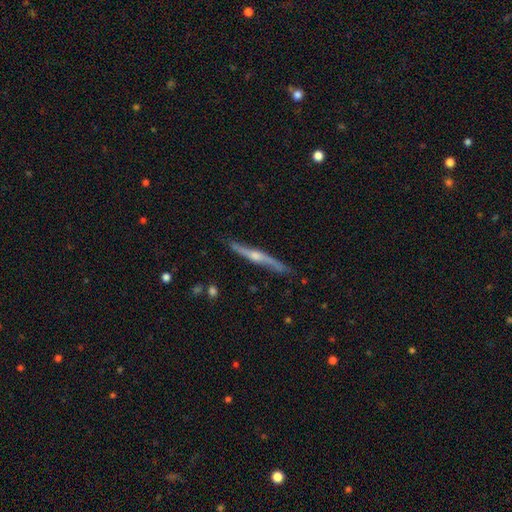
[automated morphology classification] Overall: featured or disk (80%). Edge-on disk: yes (95%). Edge-on bulge: rounded (83%). Merging: none (83%).